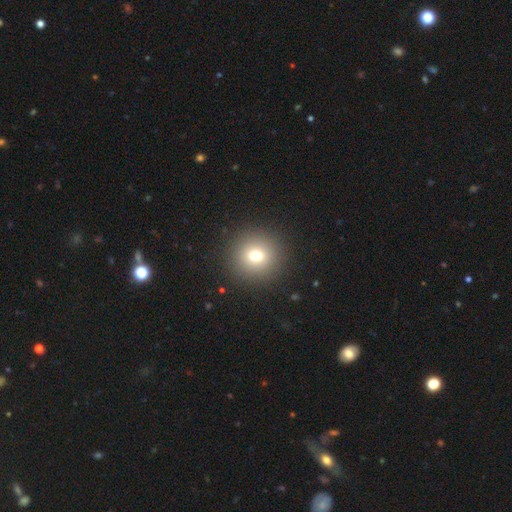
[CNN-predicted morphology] The model was most divided on "smooth or featured": smooth: 73%, star or artifact: 15%, featured or disk: 12%. More confident: how rounded — round (92%); merging — none (90%).